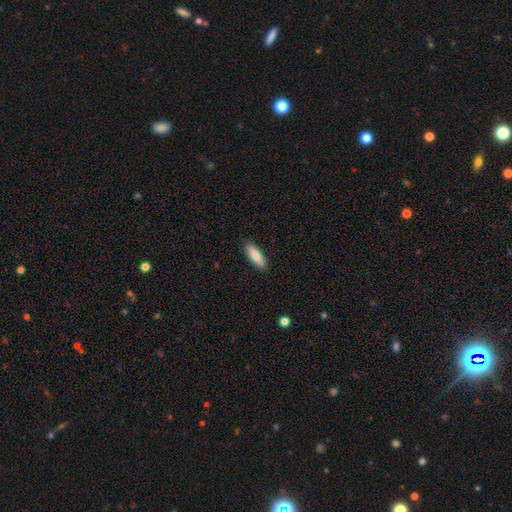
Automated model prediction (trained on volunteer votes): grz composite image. It shows a smooth galaxy with no disk features (85%) that is in between round and cigar-shaped (51%). Merging: none (89%).